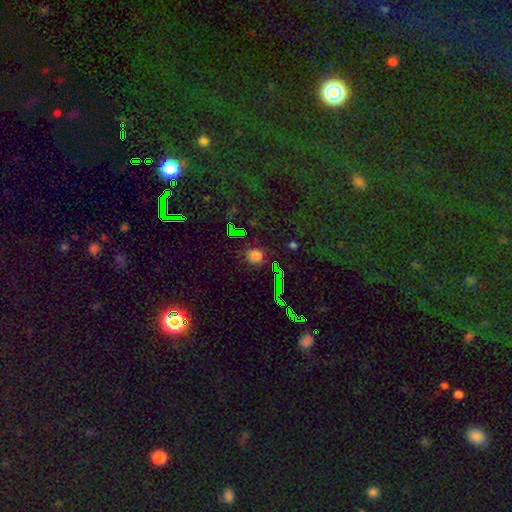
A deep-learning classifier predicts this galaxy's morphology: Smooth or featured? Predicted: smooth (p=0.66). How rounded? Predicted: round (p=0.88). Merging? Predicted: none (p=0.85).